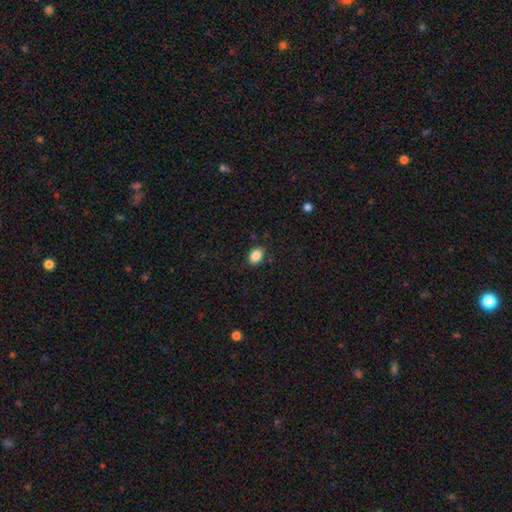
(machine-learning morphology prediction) Overall: smooth (86%). How rounded: in between (71%). Merging: none (87%).